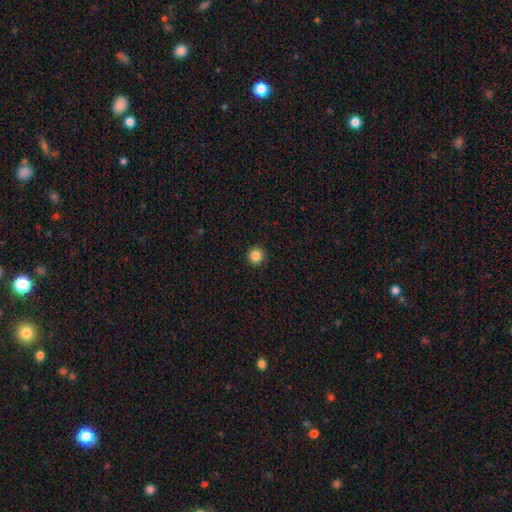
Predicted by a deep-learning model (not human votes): Smooth or featured? smooth (85%)
How rounded? round (96%)
Merging? none (91%)